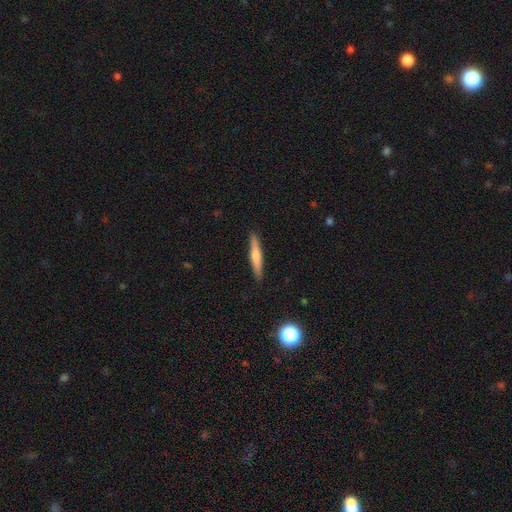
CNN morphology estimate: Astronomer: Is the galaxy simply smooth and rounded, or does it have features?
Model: smooth — 50% (runner-up: featured or disk, 44%).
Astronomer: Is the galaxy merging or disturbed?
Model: none — 91%.